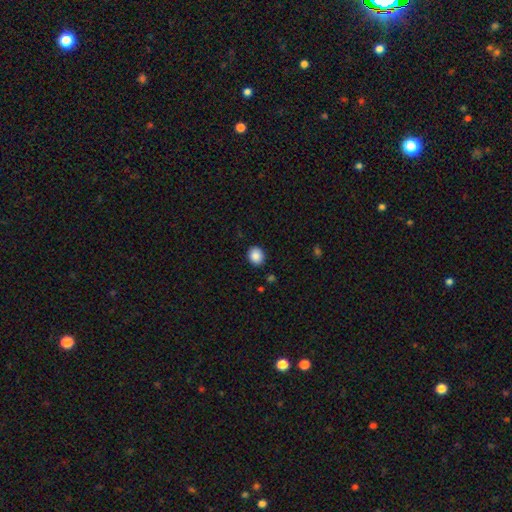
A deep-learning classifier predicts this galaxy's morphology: Smooth or featured?
  - smooth: 88% *
  - star or artifact: 9%
  - featured or disk: 3%
How rounded?
  - round: 65% *
  - in between: 34%
  - cigar-shaped: 1%
Merging?
  - none: 90% *
  - minor disturbance: 7%
  - major disturbance: 2%
  - merger: 1%